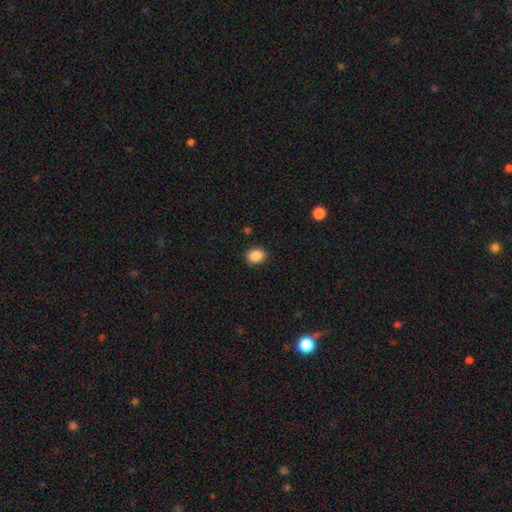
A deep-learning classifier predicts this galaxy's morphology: Smooth or featured: smooth — 88% (star or artifact — 9%)
How rounded: in between — 57% (round — 42%)
Merging: none — 87% (minor disturbance — 10%)